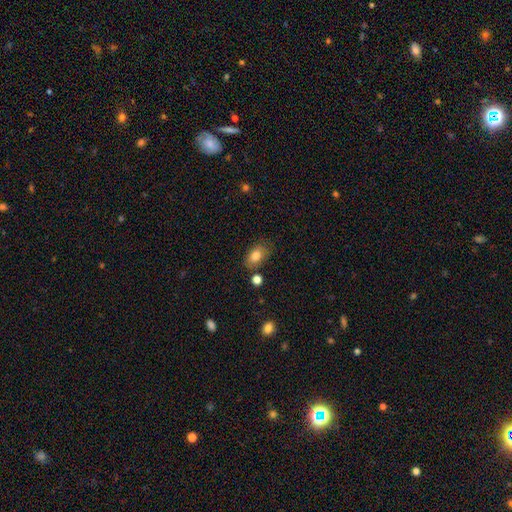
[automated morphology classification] A smooth galaxy with no disk features (82%) that is in between round and cigar-shaped (87%). Merging: none (73%).